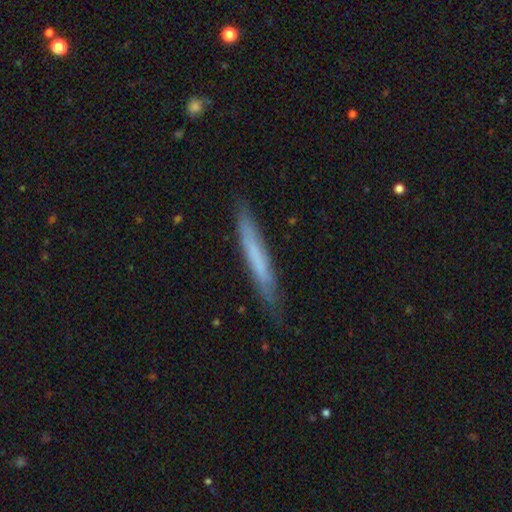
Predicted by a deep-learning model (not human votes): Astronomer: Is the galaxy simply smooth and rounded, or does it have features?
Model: smooth — 57% (runner-up: featured or disk, 37%).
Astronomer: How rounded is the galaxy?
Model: cigar-shaped — 95%.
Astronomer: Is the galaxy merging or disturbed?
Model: none — 82%.